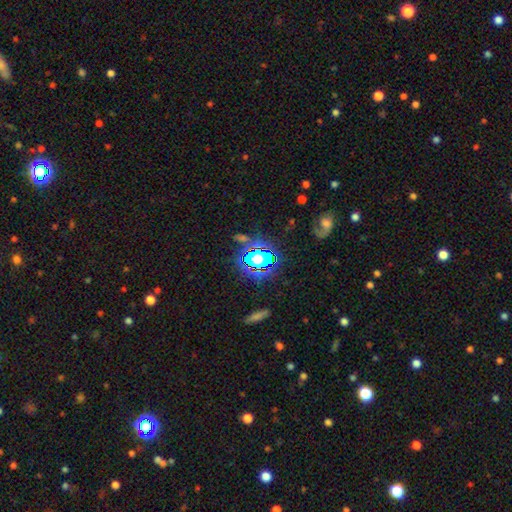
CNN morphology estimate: smooth-or-featured: star or artifact: 53% | smooth: 32% | featured or disk: 15%